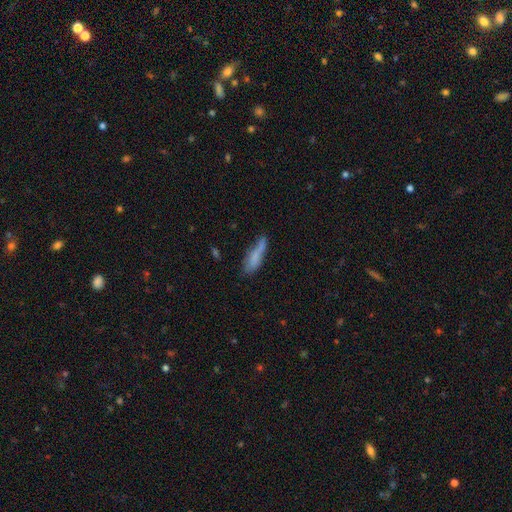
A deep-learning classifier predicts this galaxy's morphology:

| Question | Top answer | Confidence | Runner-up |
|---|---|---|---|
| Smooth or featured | smooth | 71% | featured or disk (21%) |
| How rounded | cigar-shaped | 67% | in between (31%) |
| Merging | none | 55% | minor disturbance (28%) |